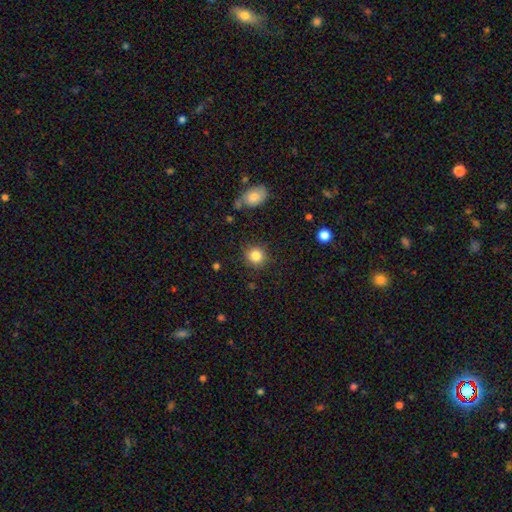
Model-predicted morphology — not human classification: Smooth or featured?
  - smooth: 85% *
  - star or artifact: 10%
  - featured or disk: 5%
How rounded?
  - round: 90% *
  - in between: 9%
  - cigar-shaped: 1%
Merging?
  - none: 87% *
  - minor disturbance: 8%
  - major disturbance: 3%
  - merger: 2%